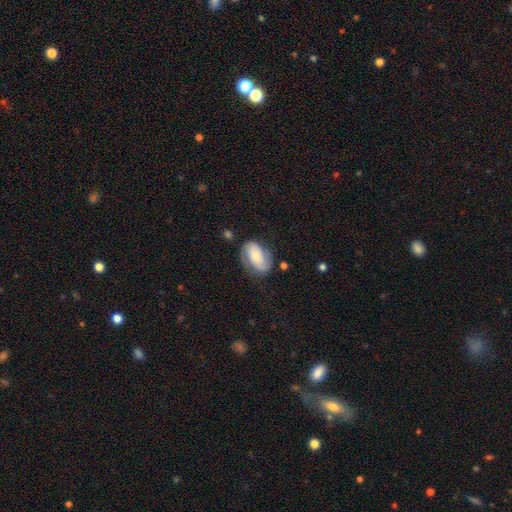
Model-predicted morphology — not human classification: type=featured or disk (53%); edge-on=no (95%); bar=no (62%); spiral arms=yes (79%); bulge=moderate (45%); merging=none (63%).